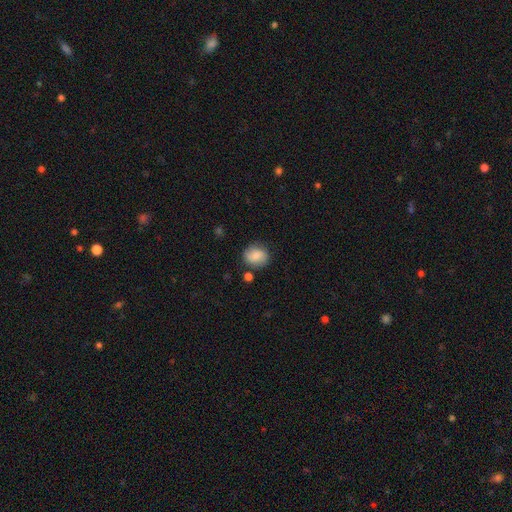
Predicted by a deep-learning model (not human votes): A smooth galaxy with no disk features (78%) that is round (75%). Merging: none (76%).